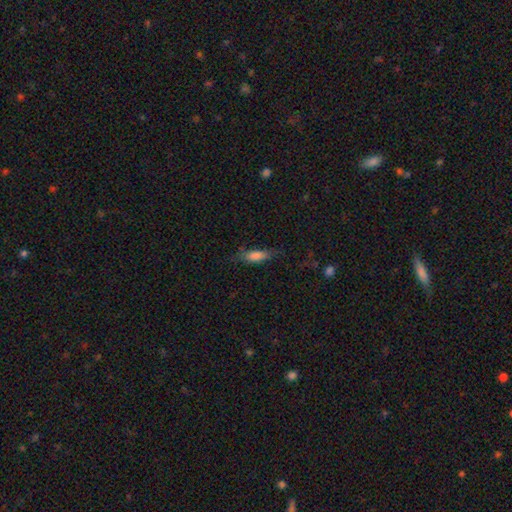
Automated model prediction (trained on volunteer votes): This appears to be a smooth galaxy with no disk features (76%) that is in between round and cigar-shaped (52%). Merging: none (68%).